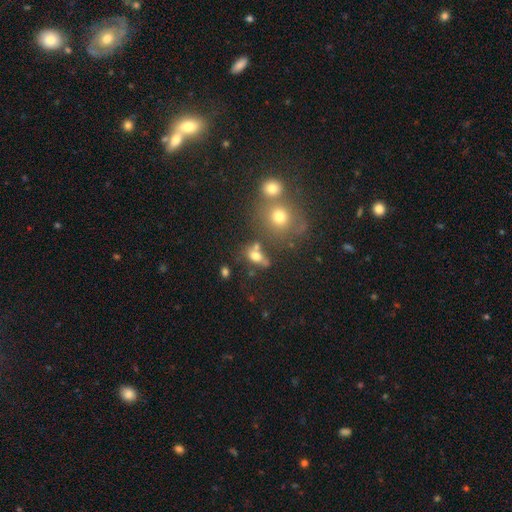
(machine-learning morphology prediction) Overall: smooth (68%). How rounded: in between (68%). Merging: none (52%; merger 23%).